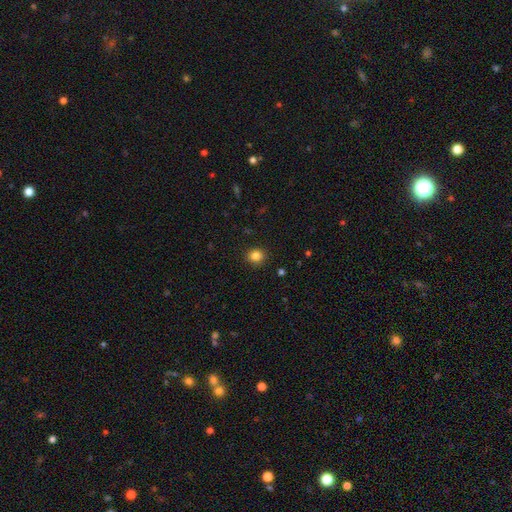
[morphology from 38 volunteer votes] This is clearly a smooth galaxy (82%). How rounded: clearly round (90%). Merging: clearly none (92%).